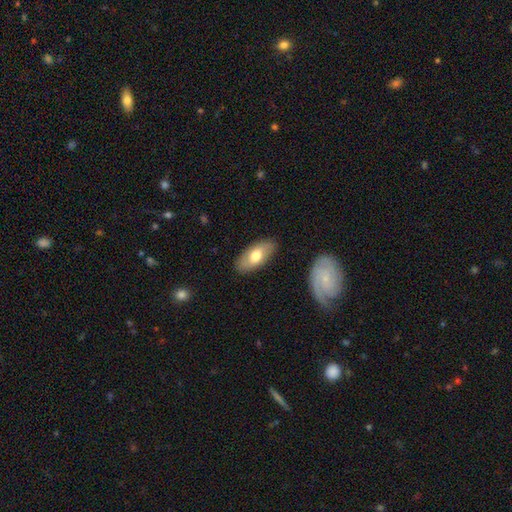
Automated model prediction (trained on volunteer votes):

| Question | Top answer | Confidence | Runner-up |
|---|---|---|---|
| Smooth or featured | smooth | 68% | featured or disk (27%) |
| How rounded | in between | 90% | cigar-shaped (8%) |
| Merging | none | 86% | minor disturbance (10%) |